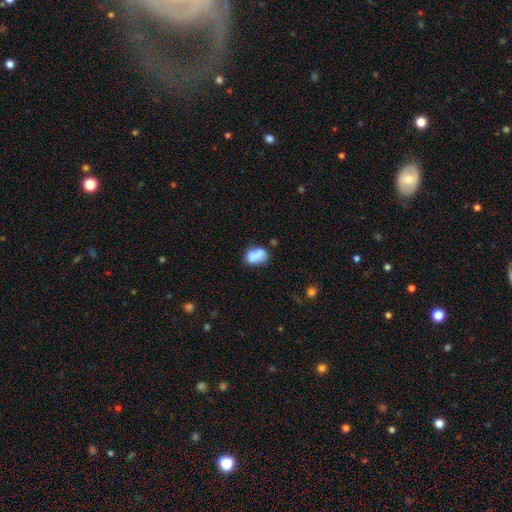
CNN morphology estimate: smooth_or_featured: smooth (p=0.77) [alt: featured or disk p=0.14]
how_rounded: in between (p=0.81) [alt: round p=0.17]
merging: none (p=0.53) [alt: minor disturbance p=0.24]